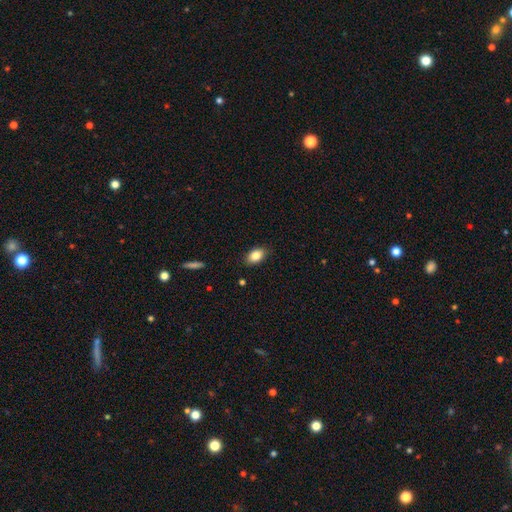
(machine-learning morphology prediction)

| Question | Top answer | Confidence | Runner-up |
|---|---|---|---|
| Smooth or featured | smooth | 85% | star or artifact (8%) |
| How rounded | in between | 89% | round (9%) |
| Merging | none | 86% | minor disturbance (11%) |